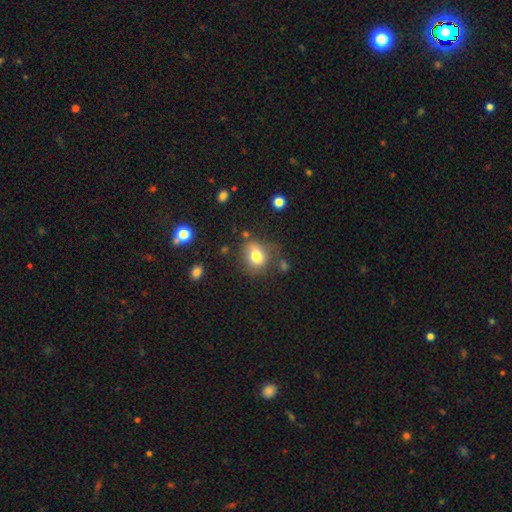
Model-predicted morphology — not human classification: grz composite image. It shows a smooth galaxy with no disk features (77%) that is round (60%). Merging: none (64%).